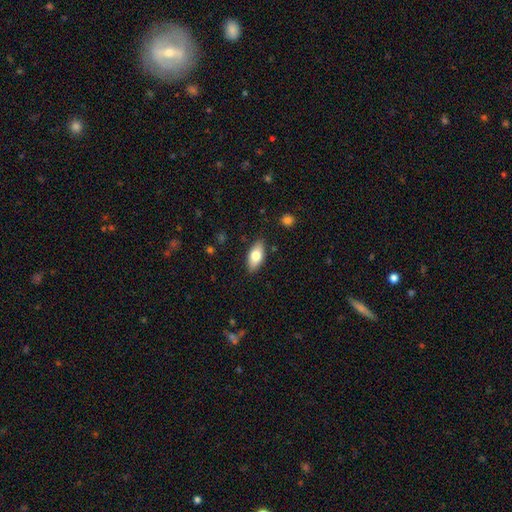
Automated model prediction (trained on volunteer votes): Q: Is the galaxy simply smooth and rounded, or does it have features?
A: smooth — 76%.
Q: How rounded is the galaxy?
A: in between — 89%.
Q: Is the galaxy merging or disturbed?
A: none — 86%.